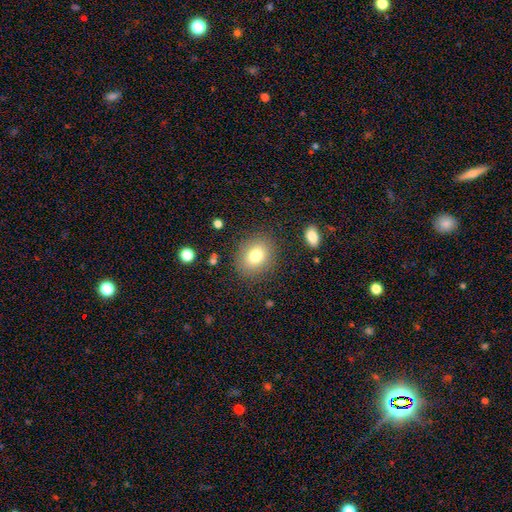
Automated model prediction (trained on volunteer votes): Smooth or featured? smooth (78%)
How rounded? round (56%)
Merging? none (85%)